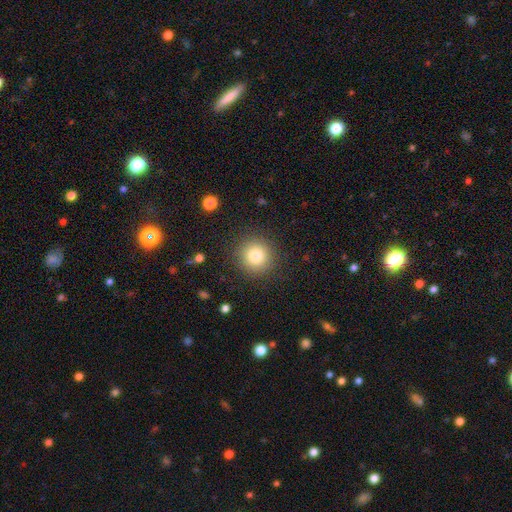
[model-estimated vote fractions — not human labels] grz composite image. It shows a smooth galaxy with no disk features (81%) that is round (94%). Merging: none (90%).